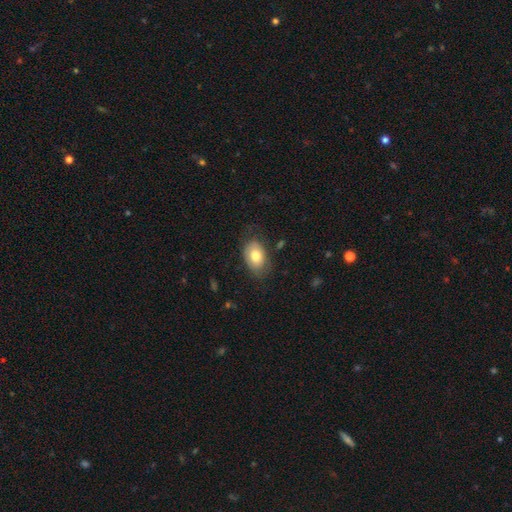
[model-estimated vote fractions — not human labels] Q: Smooth or featured?
A: smooth (72%); runner-up: featured or disk (20%)
Q: How rounded?
A: in between (85%); runner-up: round (14%)
Q: Merging?
A: none (69%); runner-up: minor disturbance (21%)